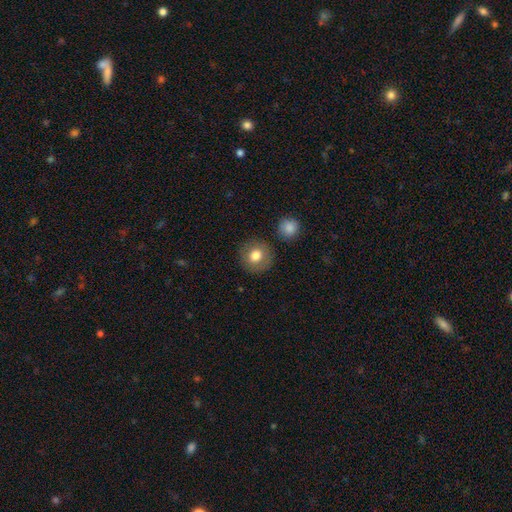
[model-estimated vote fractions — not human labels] Morphology: type=smooth (77%); roundness=round (91%); merging=none (86%).